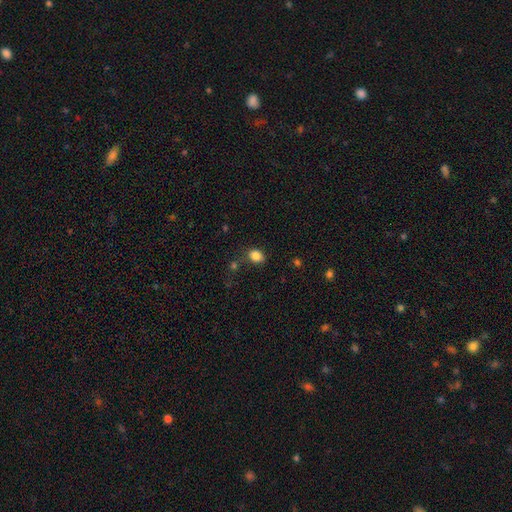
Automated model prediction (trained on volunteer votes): A smooth galaxy with no disk features (85%) that is in between round and cigar-shaped (63%).

Vote fractions:
- Smooth or featured? smooth: 85% / star or artifact: 11% / featured or disk: 4%
- How rounded? in between: 63% / round: 36% / cigar-shaped: 1%
- Merging? none: 74% / minor disturbance: 15% / merger: 6% / major disturbance: 5%